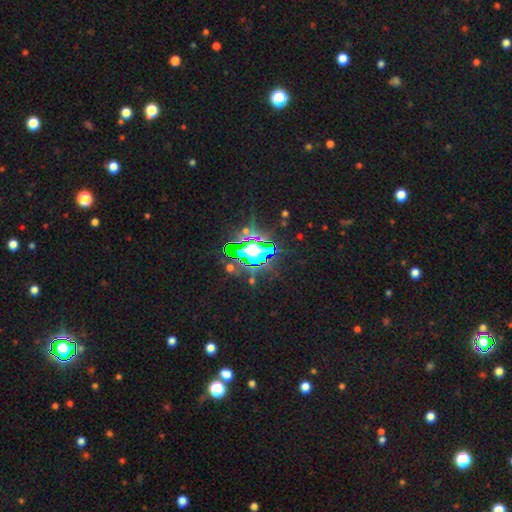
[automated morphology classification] type=star or artifact (85%).